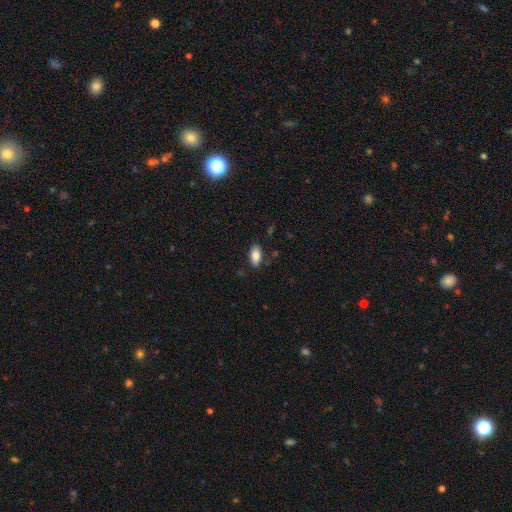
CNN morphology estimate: A smooth galaxy with no disk features (83%) that is in between round and cigar-shaped (92%).

Vote fractions:
- Smooth or featured? smooth: 83% / featured or disk: 9% / star or artifact: 7%
- How rounded? in between: 92% / cigar-shaped: 6% / round: 3%
- Merging? none: 85% / minor disturbance: 11% / major disturbance: 2% / merger: 2%